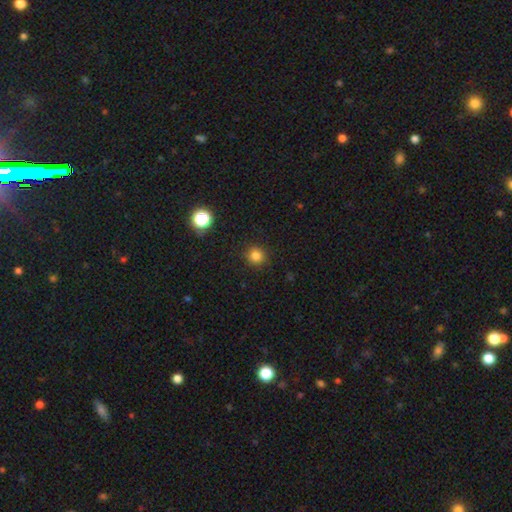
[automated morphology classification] Smooth or featured?
  - smooth: 83% *
  - star or artifact: 13%
  - featured or disk: 4%
How rounded?
  - round: 93% *
  - in between: 6%
  - cigar-shaped: 1%
Merging?
  - none: 91% *
  - minor disturbance: 6%
  - major disturbance: 2%
  - merger: 1%